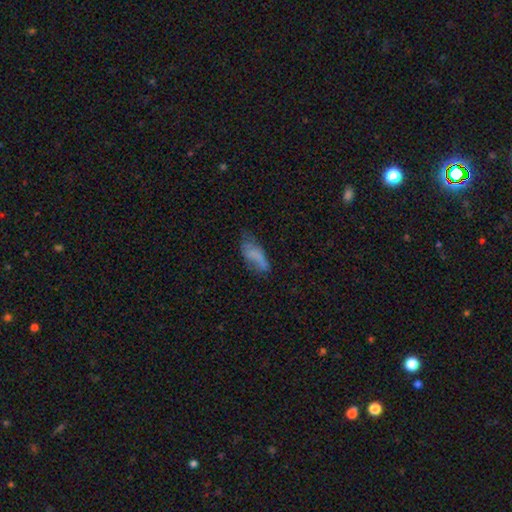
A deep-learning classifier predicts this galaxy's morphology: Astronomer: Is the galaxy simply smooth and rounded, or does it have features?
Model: smooth — 67%.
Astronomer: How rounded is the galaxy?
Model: in between — 80%.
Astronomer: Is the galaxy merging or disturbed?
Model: none — 41% (runner-up: minor disturbance, 32%).